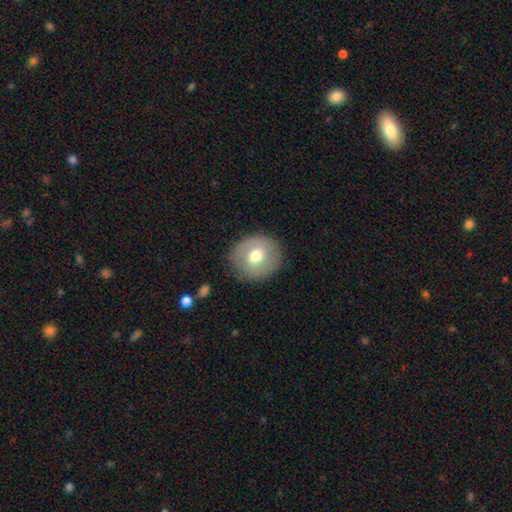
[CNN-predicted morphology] smooth-or-featured: smooth: 58% | featured or disk: 35% | star or artifact: 7%
  how-rounded: round: 82% | in between: 17% | cigar-shaped: 1%
  merging: none: 82% | minor disturbance: 12% | major disturbance: 4% | merger: 1%